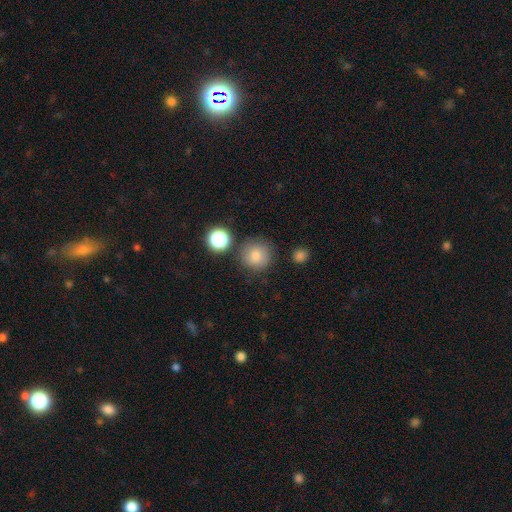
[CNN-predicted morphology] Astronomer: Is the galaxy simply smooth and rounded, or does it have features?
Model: smooth — 80%.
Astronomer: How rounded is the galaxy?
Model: round — 94%.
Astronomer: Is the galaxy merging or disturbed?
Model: none — 82%.